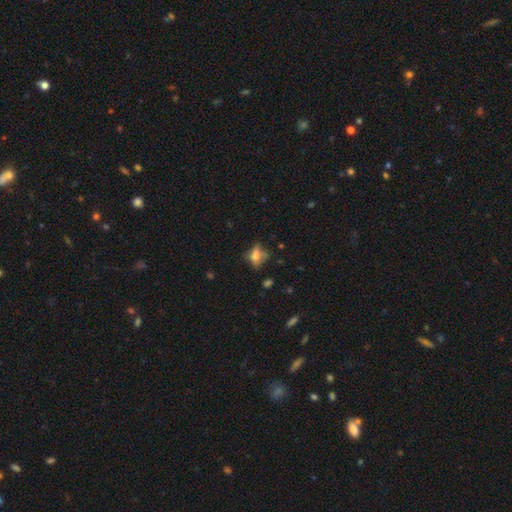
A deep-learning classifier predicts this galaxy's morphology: A smooth galaxy with no disk features (58%) that is in between round and cigar-shaped (63%). Merging: none (46%).